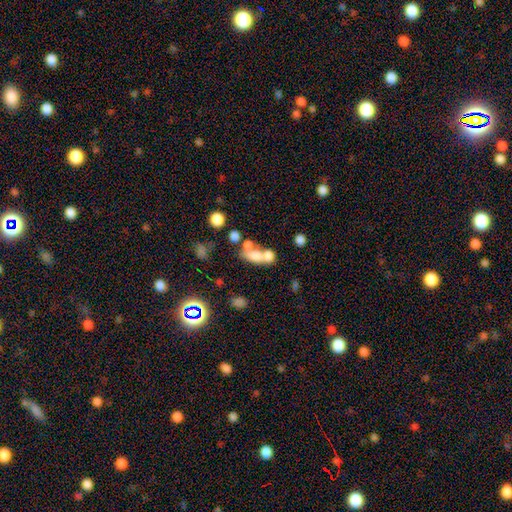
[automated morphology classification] The model was most divided on "merging": merger: 57%, none: 24%, minor disturbance: 10%, major disturbance: 9%. More confident: how rounded — in between (69%); smooth or featured — smooth (62%).